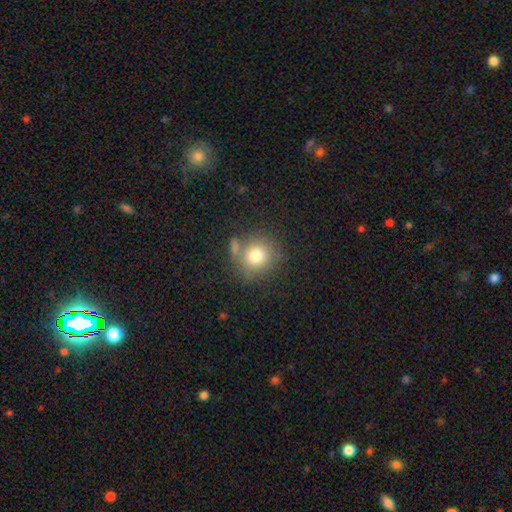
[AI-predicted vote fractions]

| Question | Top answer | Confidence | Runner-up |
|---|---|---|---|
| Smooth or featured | smooth | 78% | featured or disk (11%) |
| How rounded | round | 86% | in between (12%) |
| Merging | none | 66% | minor disturbance (15%) |